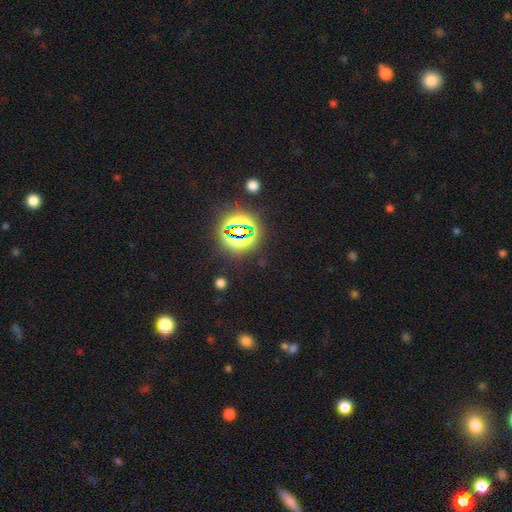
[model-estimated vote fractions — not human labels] Smooth or featured? Predicted: star or artifact (p=0.81).